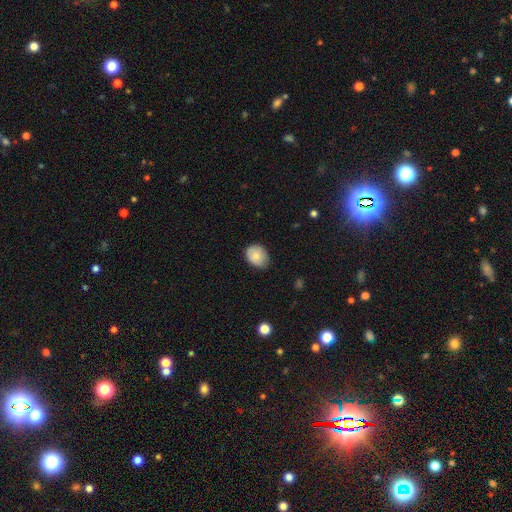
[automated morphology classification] type=smooth (78%); roundness=in between (52%); merging=none (70%).